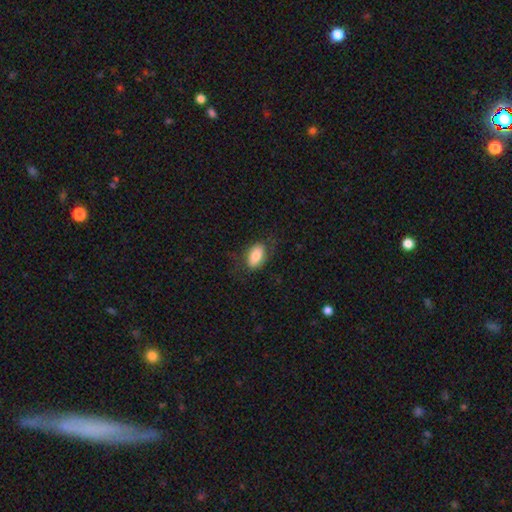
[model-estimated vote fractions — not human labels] Smooth or featured? Predicted: smooth (p=0.78). How rounded? Predicted: in between (p=0.91). Merging? Predicted: none (p=0.73).